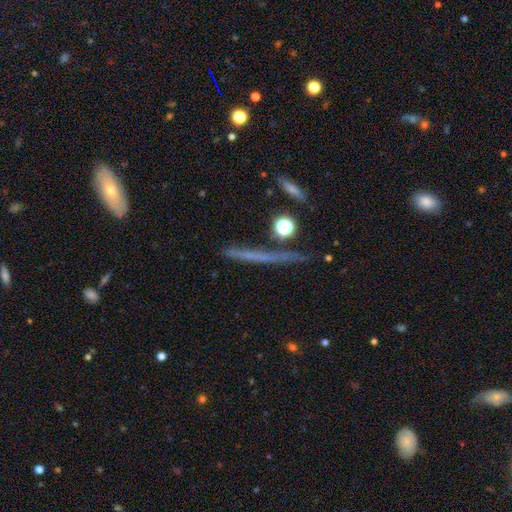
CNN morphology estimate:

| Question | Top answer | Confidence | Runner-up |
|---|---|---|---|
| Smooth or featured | featured or disk | 43% | smooth (40%) |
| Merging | none | 77% | minor disturbance (14%) |